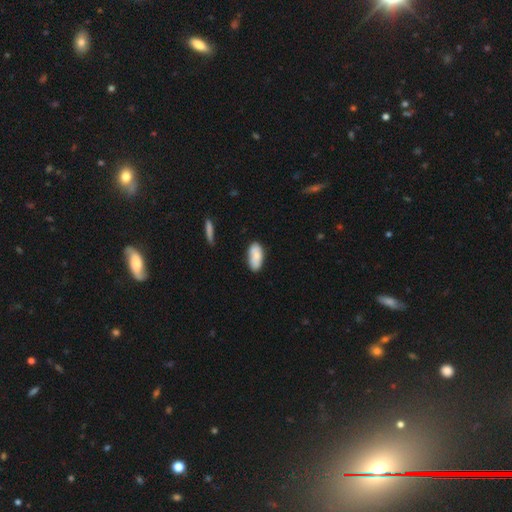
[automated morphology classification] type=smooth (79%); roundness=in between (88%); merging=none (70%).